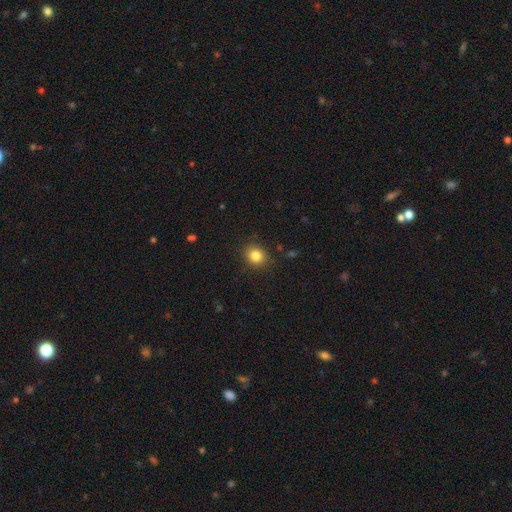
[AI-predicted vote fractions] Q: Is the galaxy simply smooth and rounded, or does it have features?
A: smooth — 83%.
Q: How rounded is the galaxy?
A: round — 73%.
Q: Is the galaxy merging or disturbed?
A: none — 87%.